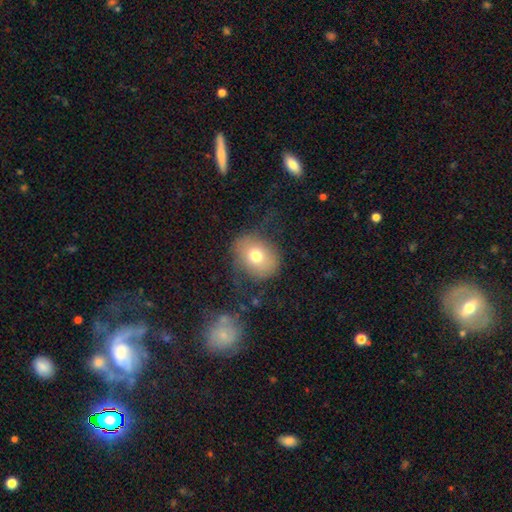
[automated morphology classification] Smooth or featured? Predicted: smooth (p=0.67). How rounded? Predicted: round (p=0.60). Merging? Predicted: none (p=0.54).